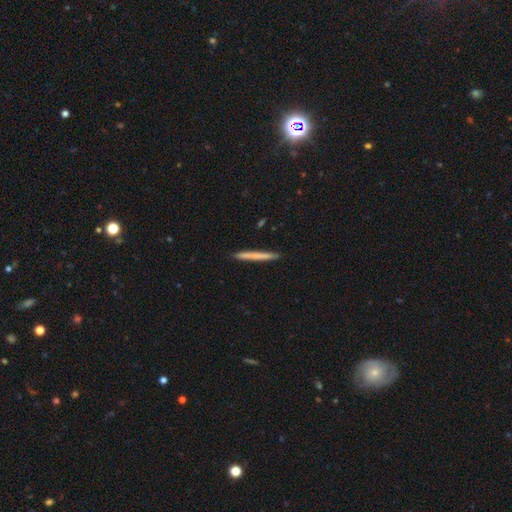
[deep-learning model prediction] The model was most divided on "smooth or featured": smooth: 65%, featured or disk: 30%, star or artifact: 6%. More confident: how rounded — cigar-shaped (97%); merging — none (92%).